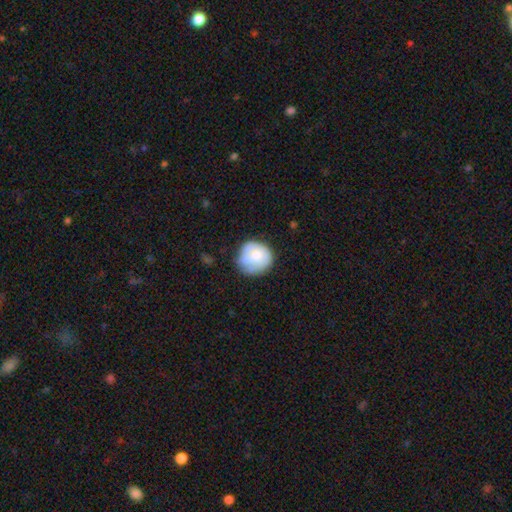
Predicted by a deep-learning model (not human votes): Overall: smooth (59%; featured or disk 34%). How rounded: round (85%). Merging: none (61%; minor disturbance 27%).